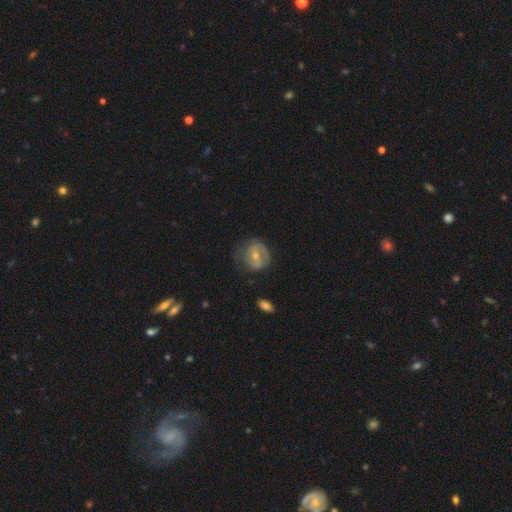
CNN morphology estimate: Smooth or featured? Predicted: featured or disk (p=0.60). Edge-on disk? Predicted: no (p=0.97). Bar? Predicted: weak (p=0.47). Spiral arms? Predicted: yes (p=0.73). Bulge size? Predicted: moderate (p=0.50). Merging? Predicted: none (p=0.57).